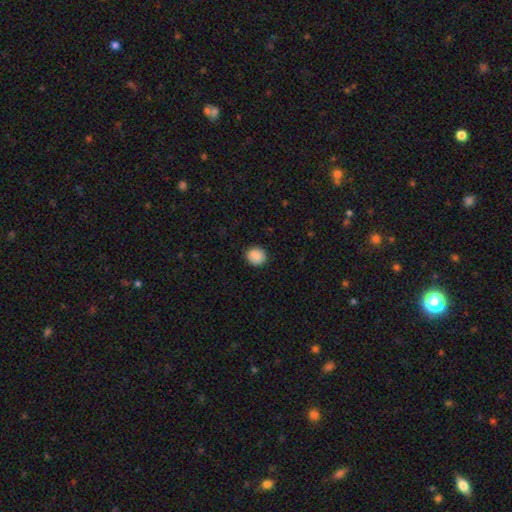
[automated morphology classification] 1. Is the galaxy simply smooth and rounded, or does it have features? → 88% smooth, 8% star or artifact, 4% featured or disk.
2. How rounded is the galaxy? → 85% round, 14% in between, 1% cigar-shaped.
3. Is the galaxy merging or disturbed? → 88% none, 9% minor disturbance, 2% major disturbance, 1% merger.